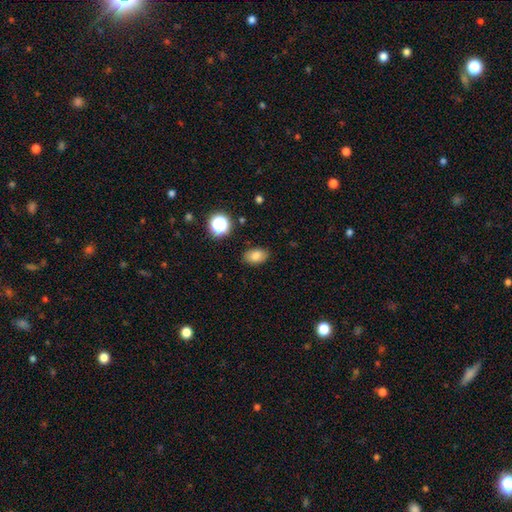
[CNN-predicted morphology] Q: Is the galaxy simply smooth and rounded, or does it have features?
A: smooth — 81%.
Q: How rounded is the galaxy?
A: in between — 83%.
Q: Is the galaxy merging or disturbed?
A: none — 85%.